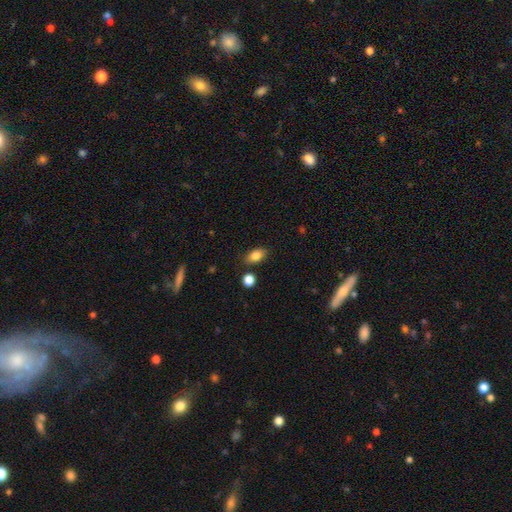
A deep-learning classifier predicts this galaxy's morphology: Smooth or featured?
  - smooth: 84% *
  - star or artifact: 8%
  - featured or disk: 7%
How rounded?
  - in between: 87% *
  - round: 10%
  - cigar-shaped: 3%
Merging?
  - none: 81% *
  - minor disturbance: 12%
  - merger: 4%
  - major disturbance: 3%